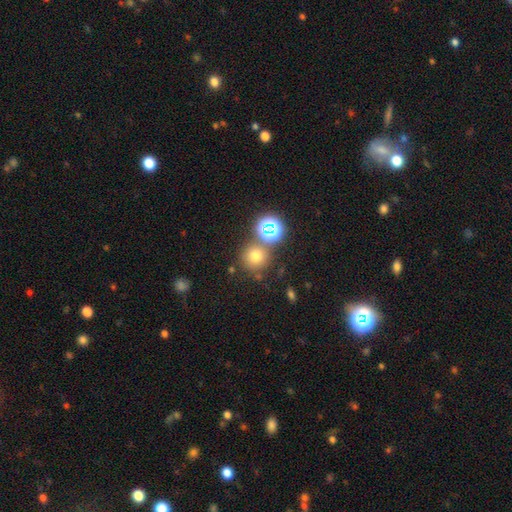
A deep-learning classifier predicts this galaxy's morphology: Smooth or featured: smooth — 68% (star or artifact — 23%)
How rounded: round — 91% (in between — 8%)
Merging: none — 70% (merger — 17%)